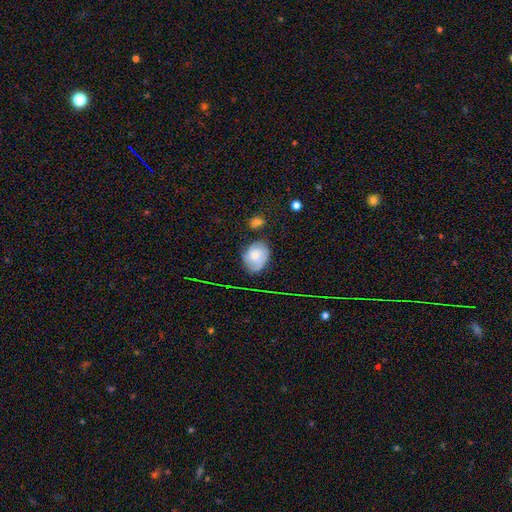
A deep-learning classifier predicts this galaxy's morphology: This is likely a smooth galaxy (64%). How rounded: likely in between (61%). Merging: possibly none (58%).